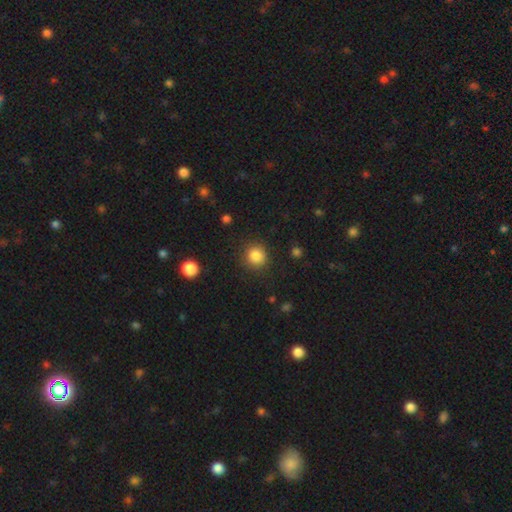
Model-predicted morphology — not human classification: This appears to be a smooth galaxy with no disk features (85%) that is round (91%). Merging: none (88%).